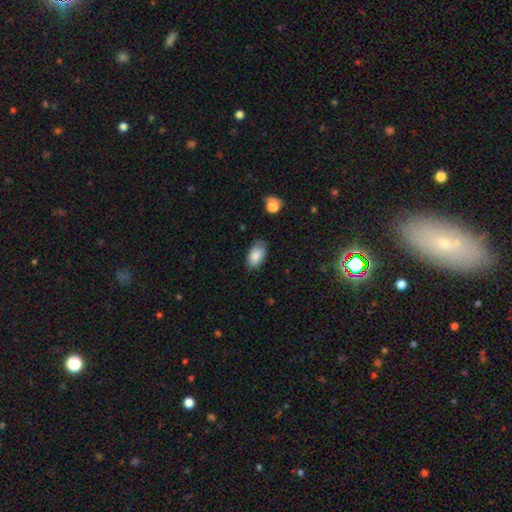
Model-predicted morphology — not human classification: A smooth galaxy with no disk features (86%) that is in between round and cigar-shaped (93%).

Vote fractions:
- Smooth or featured? smooth: 86% / star or artifact: 7% / featured or disk: 7%
- How rounded? in between: 93% / round: 6% / cigar-shaped: 2%
- Merging? none: 74% / minor disturbance: 21% / major disturbance: 4% / merger: 2%